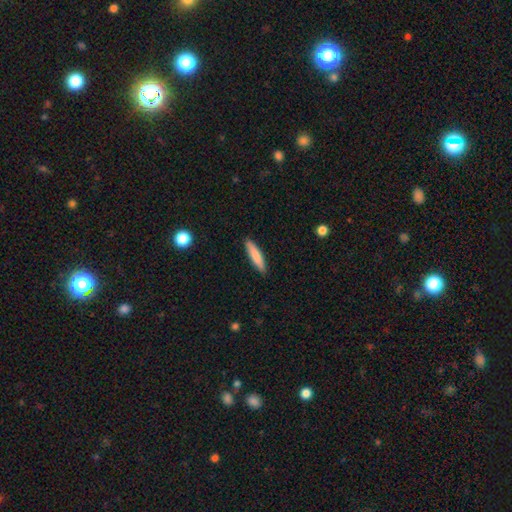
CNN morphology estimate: type=smooth (80%); roundness=cigar-shaped (85%); merging=none (90%).